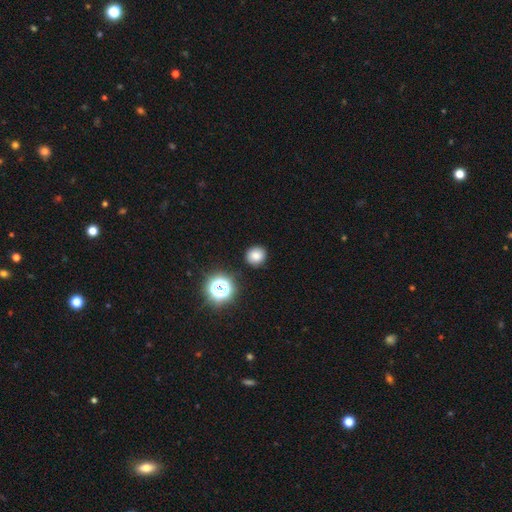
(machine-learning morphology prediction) smooth_or_featured: smooth (p=0.80) [alt: star or artifact p=0.14]
how_rounded: round (p=0.90) [alt: in between p=0.09]
merging: none (p=0.88) [alt: minor disturbance p=0.08]